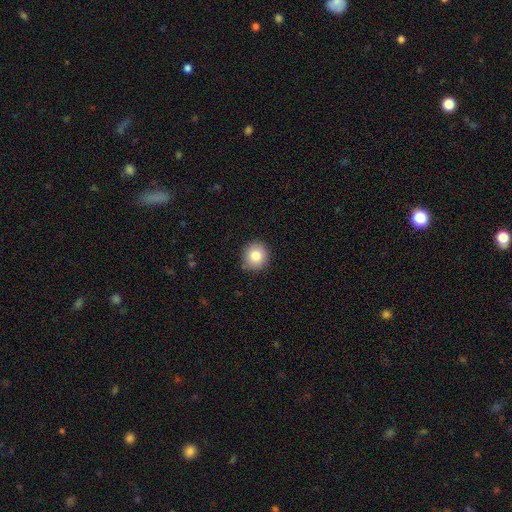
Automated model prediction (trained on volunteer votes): This is clearly a smooth galaxy (83%). How rounded: clearly round (88%). Merging: clearly none (86%).